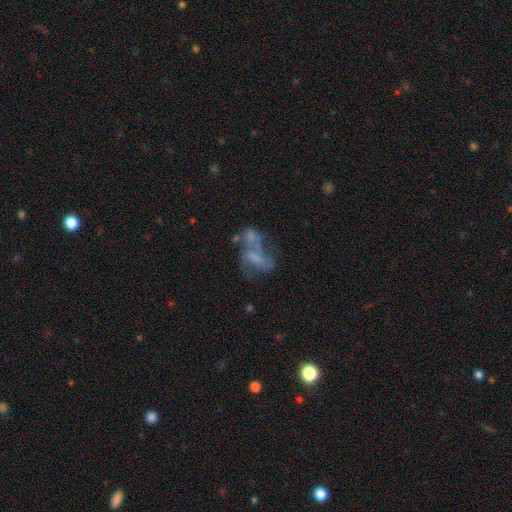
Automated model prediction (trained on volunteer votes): Smooth or featured? Predicted: featured or disk (p=0.55). Edge-on disk? Predicted: no (p=0.97). Bar? Predicted: no (p=0.66). Spiral arms? Predicted: no (p=0.71). Bulge size? Predicted: none (p=0.51). Merging? Predicted: merger (p=0.40).